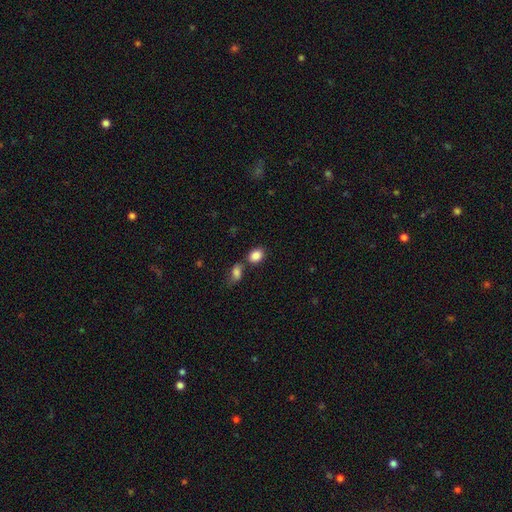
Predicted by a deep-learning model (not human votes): Smooth or featured: smooth — 86% (star or artifact — 9%)
How rounded: in between — 67% (round — 31%)
Merging: none — 58% (merger — 27%)